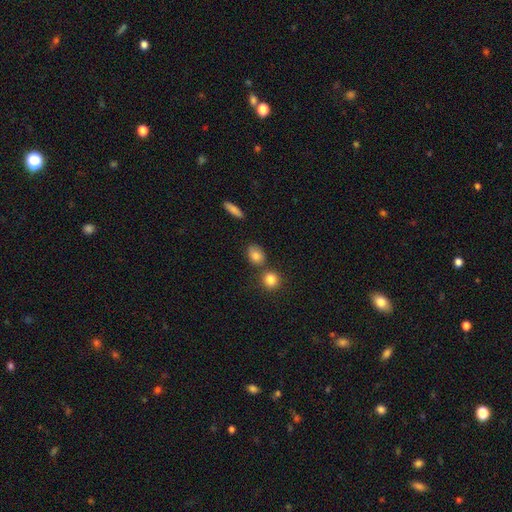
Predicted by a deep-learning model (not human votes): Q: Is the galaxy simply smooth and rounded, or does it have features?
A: smooth — 80%.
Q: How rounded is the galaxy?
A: in between — 49%, tied with round.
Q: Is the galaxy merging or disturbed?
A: none — 64%.